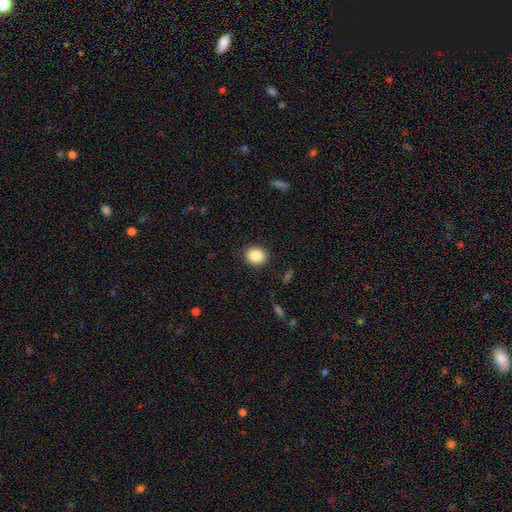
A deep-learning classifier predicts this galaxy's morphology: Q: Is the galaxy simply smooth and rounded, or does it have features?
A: smooth — 87%.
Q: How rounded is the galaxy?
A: round — 73%.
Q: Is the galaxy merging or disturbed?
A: none — 91%.